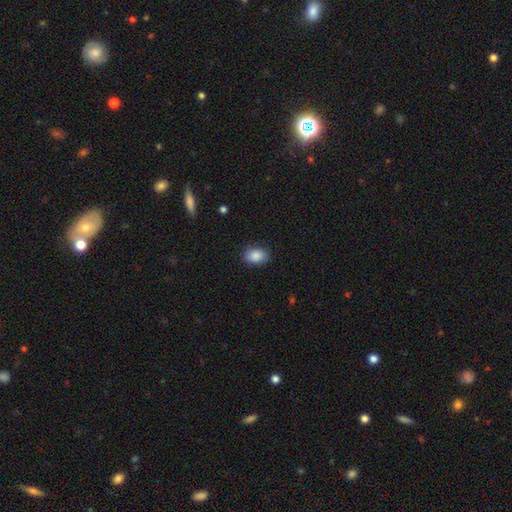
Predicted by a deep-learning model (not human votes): The model was most divided on "how rounded": in between: 78%, round: 21%, cigar-shaped: 1%. More confident: smooth or featured — smooth (88%); merging — none (84%).